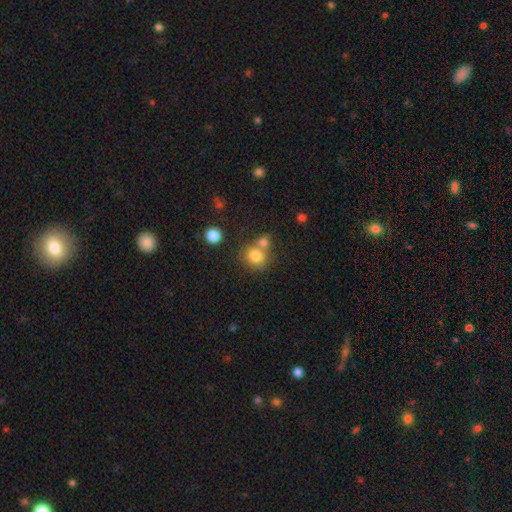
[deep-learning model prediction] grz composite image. It shows a smooth galaxy with no disk features (80%) that is round (74%). Merging: none (49%).